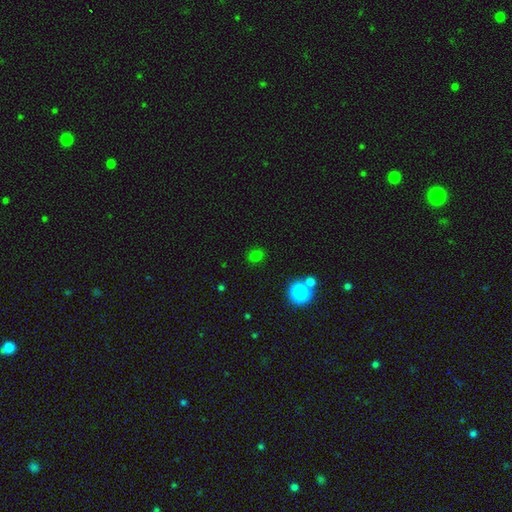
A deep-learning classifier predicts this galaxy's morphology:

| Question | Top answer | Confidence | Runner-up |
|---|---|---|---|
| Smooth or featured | smooth | 72% | star or artifact (23%) |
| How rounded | round | 61% | in between (38%) |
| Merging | none | 83% | minor disturbance (9%) |